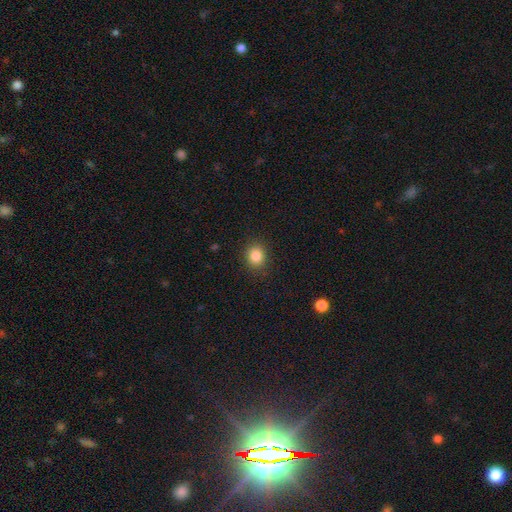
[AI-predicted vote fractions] Smooth or featured?
  - smooth: 84% *
  - star or artifact: 11%
  - featured or disk: 5%
How rounded?
  - round: 74% *
  - in between: 25%
  - cigar-shaped: 1%
Merging?
  - none: 89% *
  - minor disturbance: 8%
  - major disturbance: 3%
  - merger: 1%